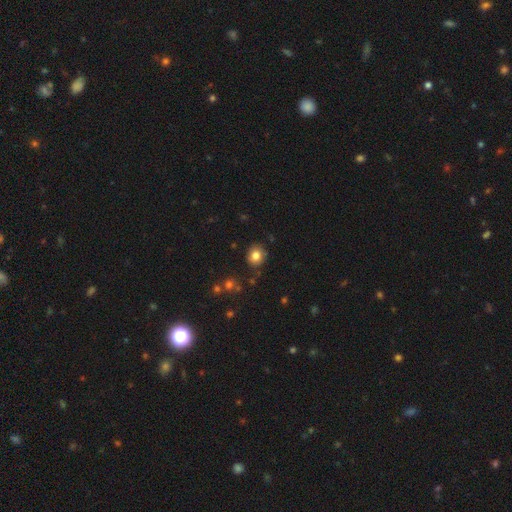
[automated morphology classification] smooth_or_featured: smooth (p=0.82) [alt: star or artifact p=0.11]
how_rounded: round (p=0.79) [alt: in between p=0.20]
merging: none (p=0.84) [alt: minor disturbance p=0.11]